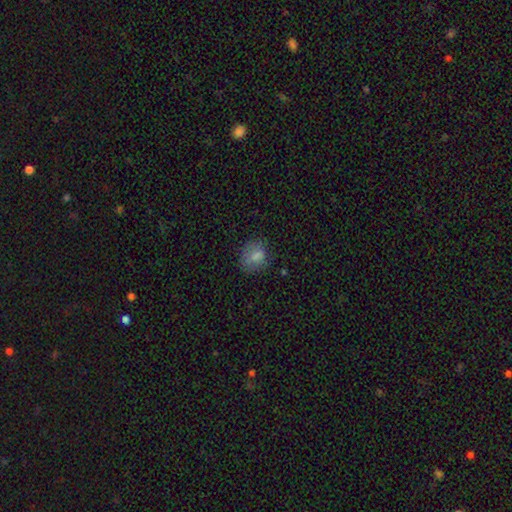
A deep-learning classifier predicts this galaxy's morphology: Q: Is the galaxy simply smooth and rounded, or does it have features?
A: smooth — 76%.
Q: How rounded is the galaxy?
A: round — 52%.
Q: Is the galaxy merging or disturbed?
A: none — 63%.